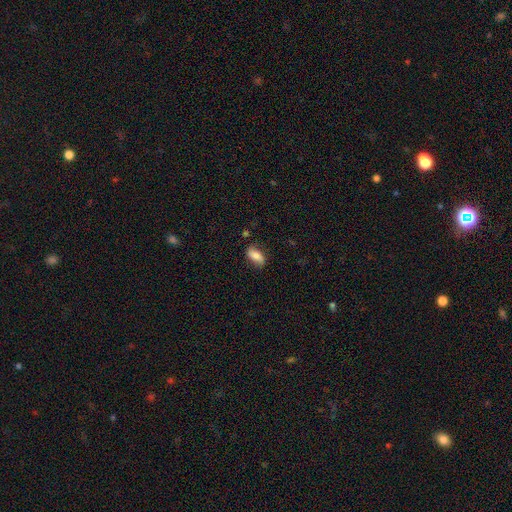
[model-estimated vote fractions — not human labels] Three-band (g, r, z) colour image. It shows a smooth galaxy with no disk features (76%) that is in between round and cigar-shaped (86%). Merging: none (74%).